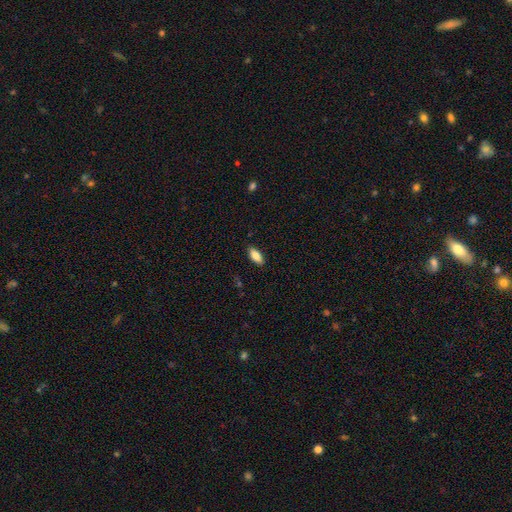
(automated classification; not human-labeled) A smooth galaxy with no disk features (84%) that is in between round and cigar-shaped (83%).

Vote fractions:
- Smooth or featured? smooth: 84% / featured or disk: 9% / star or artifact: 7%
- How rounded? in between: 83% / cigar-shaped: 15% / round: 2%
- Merging? none: 87% / minor disturbance: 10% / major disturbance: 2% / merger: 1%